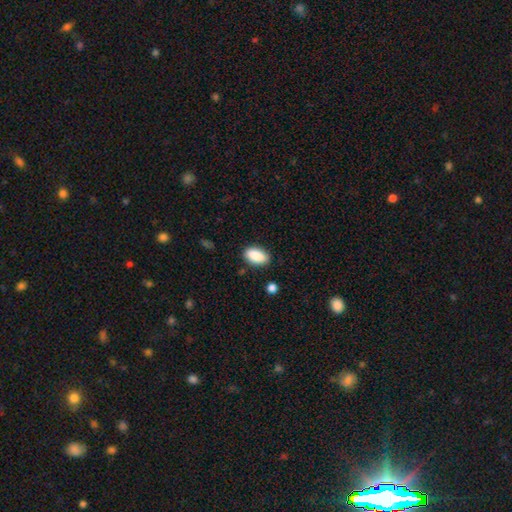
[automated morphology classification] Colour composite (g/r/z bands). It shows a smooth galaxy with no disk features (89%) that is in between round and cigar-shaped (93%). Merging: none (84%).